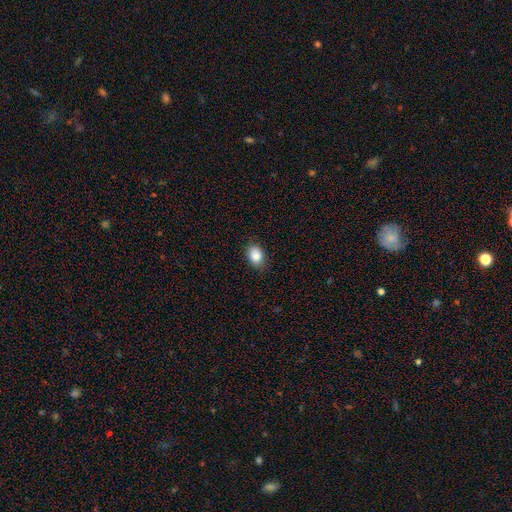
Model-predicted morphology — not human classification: Smooth or featured: smooth — 87% (star or artifact — 8%)
How rounded: in between — 73% (round — 25%)
Merging: none — 82% (minor disturbance — 14%)